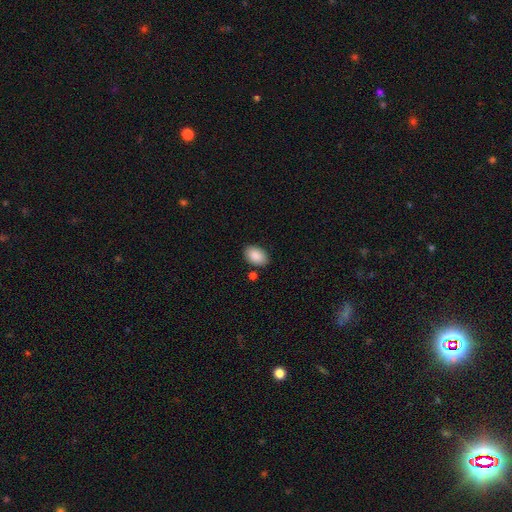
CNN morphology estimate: Smooth or featured? Predicted: smooth (p=0.89). How rounded? Predicted: in between (p=0.89). Merging? Predicted: none (p=0.83).